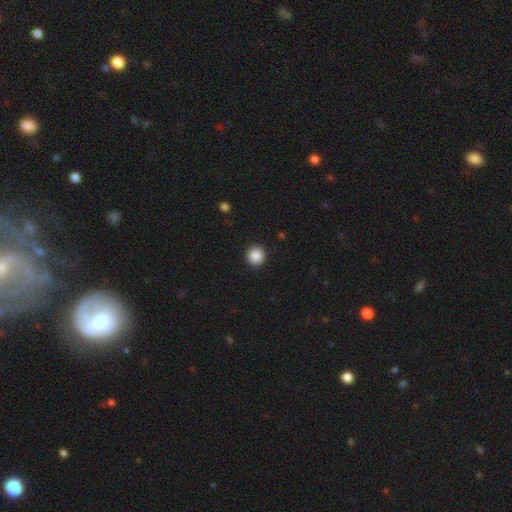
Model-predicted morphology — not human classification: Smooth or featured: smooth — 88% (star or artifact — 9%)
How rounded: round — 94% (in between — 5%)
Merging: none — 92% (minor disturbance — 5%)